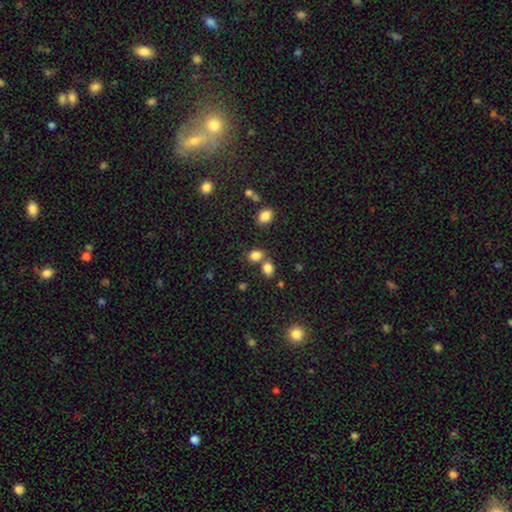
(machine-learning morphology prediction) The model was most divided on "how rounded": in between: 56%, round: 43%, cigar-shaped: 1%. More confident: smooth or featured — smooth (82%); merging — none (54%).